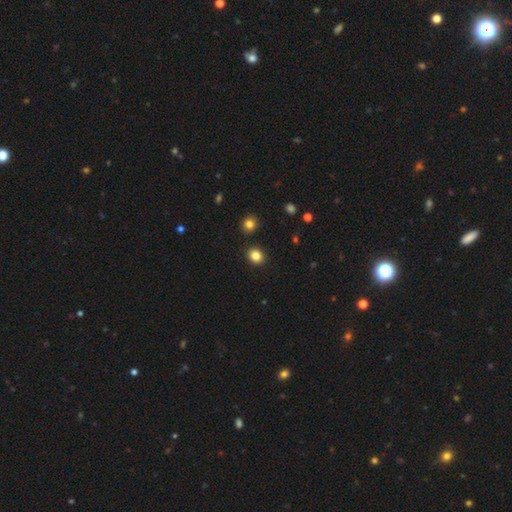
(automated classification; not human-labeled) This appears to be a smooth galaxy with no disk features (85%) that is round (68%). Merging: none (90%).